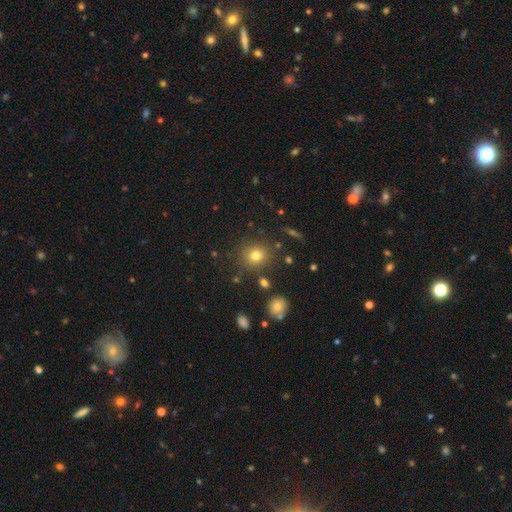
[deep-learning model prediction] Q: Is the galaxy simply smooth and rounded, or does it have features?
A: smooth — 76%.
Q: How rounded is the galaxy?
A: round — 84%.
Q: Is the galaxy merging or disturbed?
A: none — 84%.